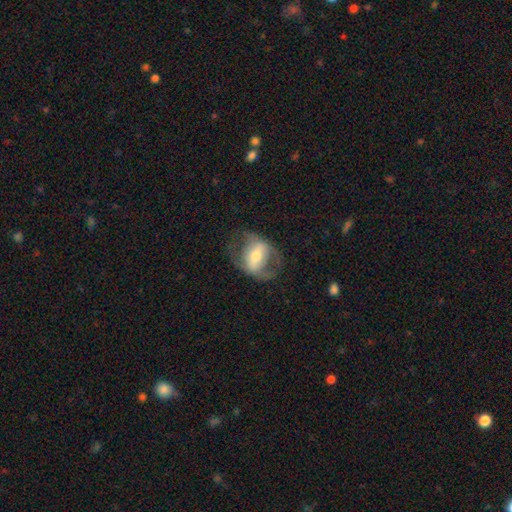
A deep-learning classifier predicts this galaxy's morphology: Smooth or featured?
  - featured or disk: 62% *
  - smooth: 32%
  - star or artifact: 7%
Edge-on disk?
  - no: 91% *
  - yes: 9%
Bar?
  - strong: 47% *
  - weak: 30%
  - no: 23%
Spiral arms?
  - no: 57% *
  - yes: 43%
Bulge size?
  - moderate: 54% *
  - small: 33%
  - large: 10%
  - none: 2%
  - dominant: 2%
Merging?
  - none: 59% *
  - major disturbance: 21%
  - minor disturbance: 19%
  - merger: 1%